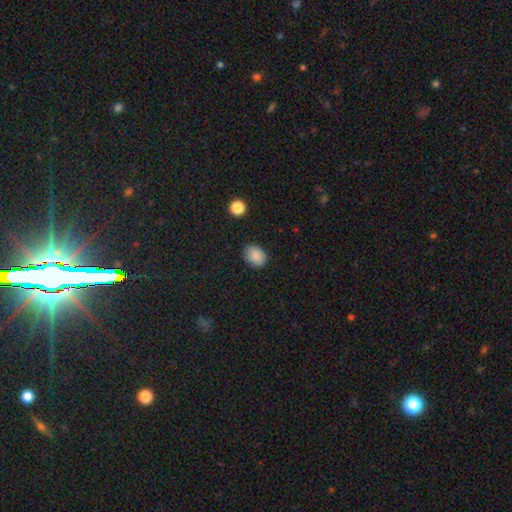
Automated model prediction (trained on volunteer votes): Smooth or featured? smooth (87%)
How rounded? in between (67%)
Merging? none (85%)